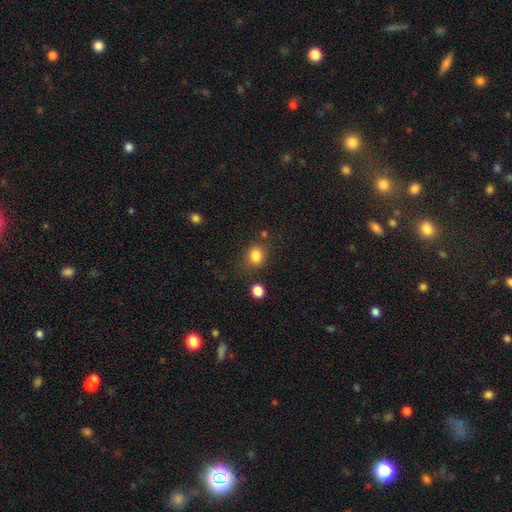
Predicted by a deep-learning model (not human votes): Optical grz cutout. It shows a smooth galaxy with no disk features (83%) that is round (65%). Merging: none (76%).